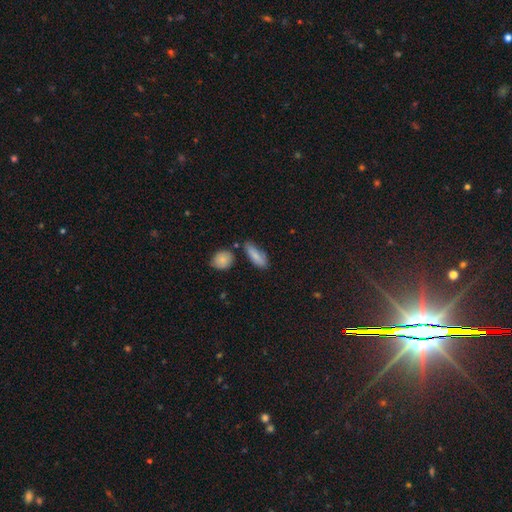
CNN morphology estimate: The model was most divided on "merging": none: 62%, minor disturbance: 24%, merger: 8%, major disturbance: 6%. More confident: smooth or featured — smooth (82%); how rounded — in between (68%).